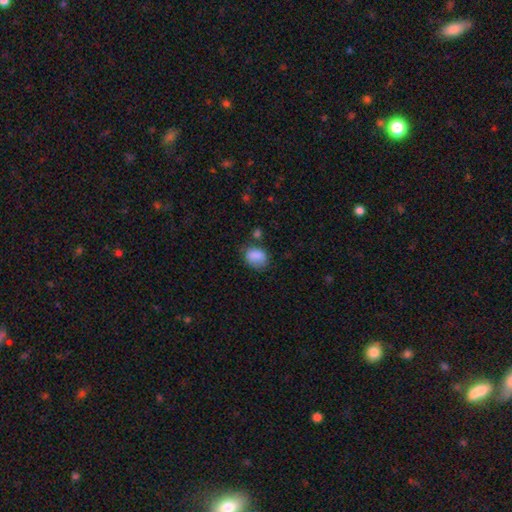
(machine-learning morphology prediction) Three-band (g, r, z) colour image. It shows a smooth galaxy with no disk features (84%) that is in between round and cigar-shaped (60%). Merging: none (60%).